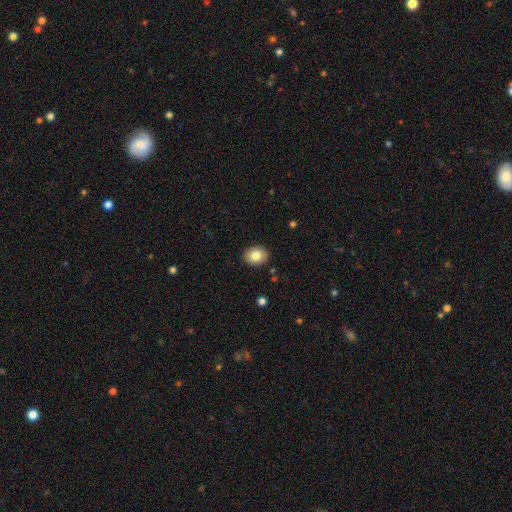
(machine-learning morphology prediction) smooth_or_featured: smooth (p=0.82) [alt: featured or disk p=0.09]
how_rounded: round (p=0.50) [alt: in between p=0.49]
merging: none (p=0.90) [alt: minor disturbance p=0.07]